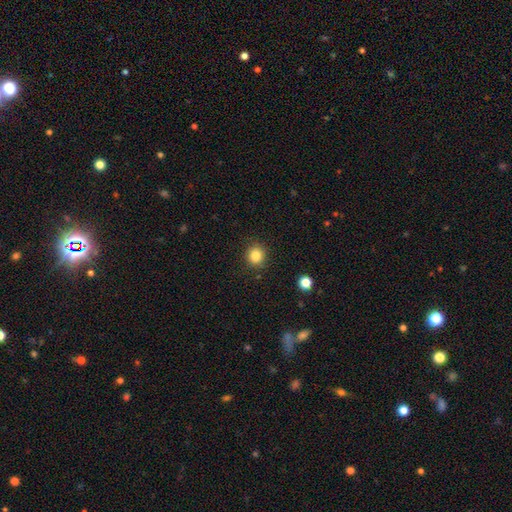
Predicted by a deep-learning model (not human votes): Q: Smooth or featured?
A: smooth (84%); runner-up: star or artifact (11%)
Q: How rounded?
A: round (91%); runner-up: in between (8%)
Q: Merging?
A: none (89%); runner-up: minor disturbance (7%)